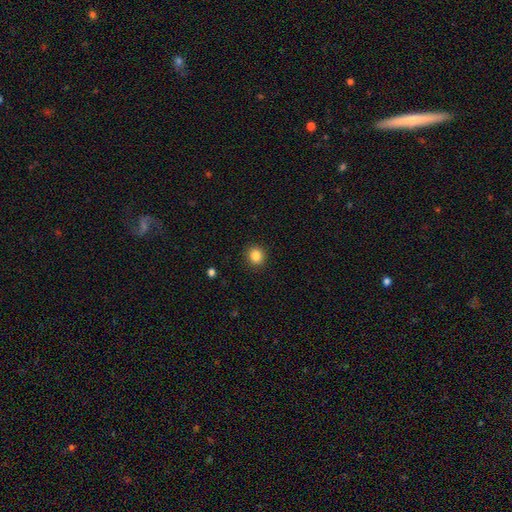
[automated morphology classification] Overall: smooth (84%). How rounded: round (85%). Merging: none (91%).